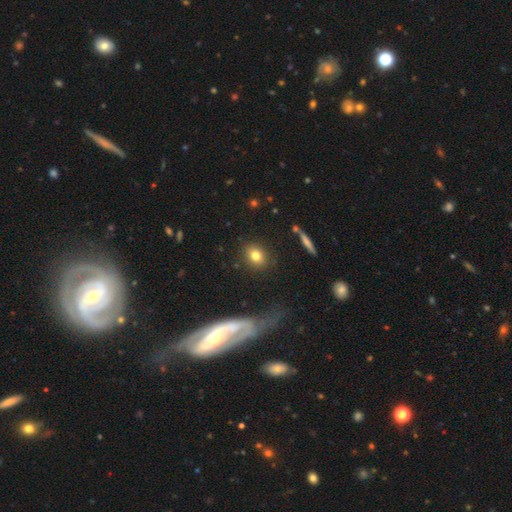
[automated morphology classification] Q: Smooth or featured?
A: smooth (80%); runner-up: star or artifact (10%)
Q: How rounded?
A: round (59%); runner-up: in between (38%)
Q: Merging?
A: none (87%); runner-up: minor disturbance (8%)